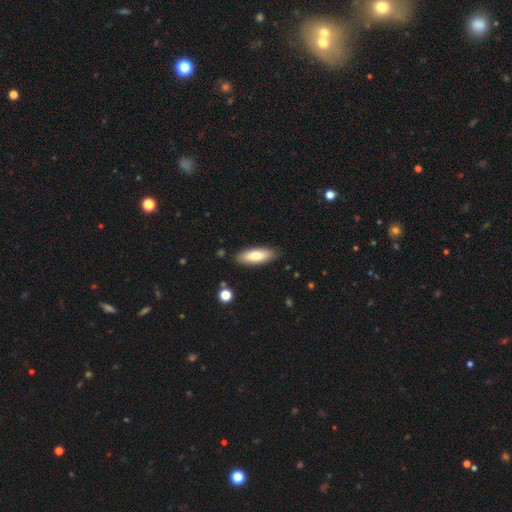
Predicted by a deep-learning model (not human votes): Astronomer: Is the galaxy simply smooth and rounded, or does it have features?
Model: smooth — 79%.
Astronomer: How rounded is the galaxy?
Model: in between — 63%.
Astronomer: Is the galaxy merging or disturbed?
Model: none — 87%.